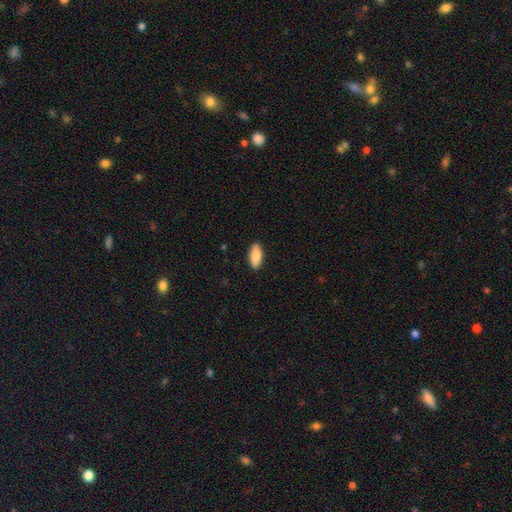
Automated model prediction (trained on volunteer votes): Smooth or featured: smooth — 82% (featured or disk — 13%)
How rounded: in between — 82% (cigar-shaped — 16%)
Merging: none — 89% (minor disturbance — 8%)